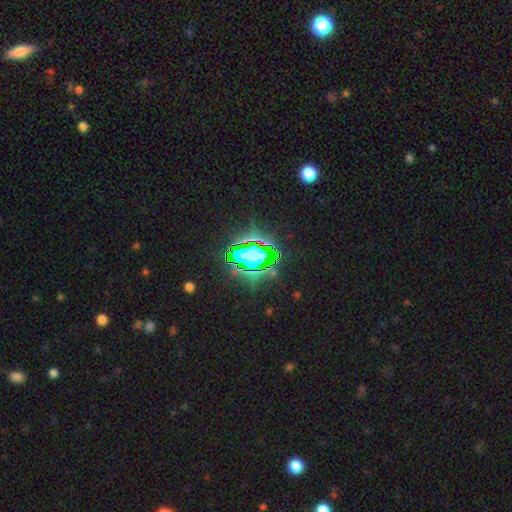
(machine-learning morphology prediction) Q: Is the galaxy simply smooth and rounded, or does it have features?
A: star or artifact — 75%.